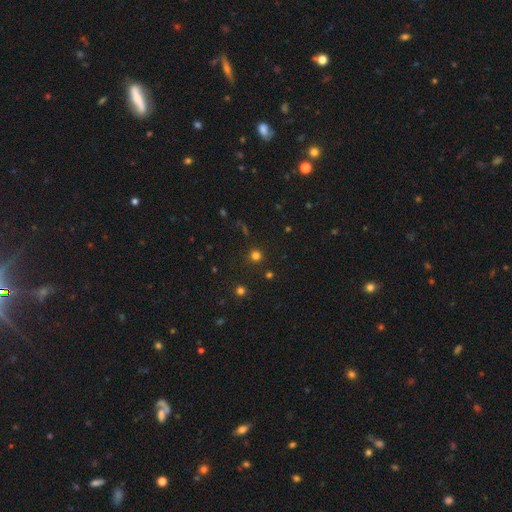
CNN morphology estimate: This appears to be a smooth galaxy with no disk features (75%) that is round (94%). Merging: none (90%).